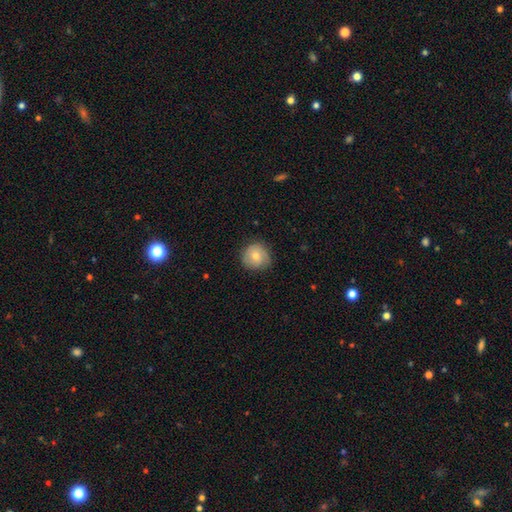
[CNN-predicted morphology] Smooth or featured? smooth (68%)
How rounded? round (91%)
Merging? none (78%)